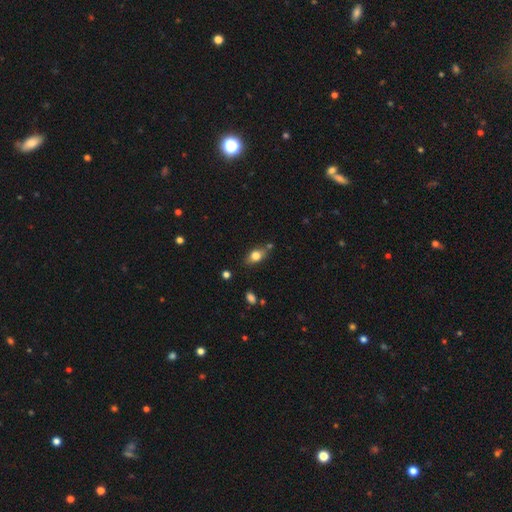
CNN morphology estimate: Smooth or featured: smooth — 75% (featured or disk — 16%)
How rounded: in between — 80% (round — 14%)
Merging: none — 72% (minor disturbance — 17%)